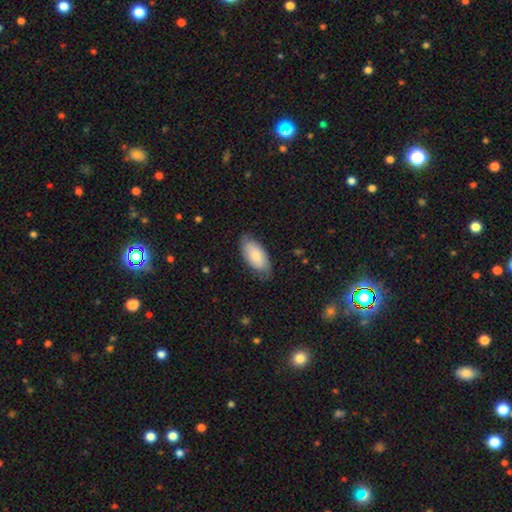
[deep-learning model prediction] This is likely a smooth galaxy (69%). How rounded: clearly in between (92%). Merging: likely none (72%).